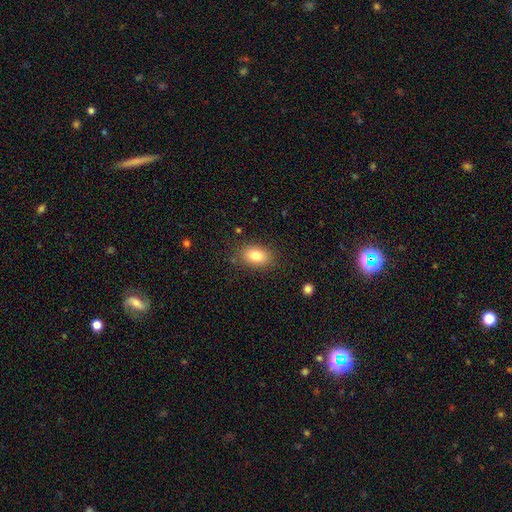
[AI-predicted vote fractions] A smooth galaxy with no disk features (82%) that is in between round and cigar-shaped (85%).

Vote fractions:
- Smooth or featured? smooth: 82% / featured or disk: 9% / star or artifact: 9%
- How rounded? in between: 85% / round: 13% / cigar-shaped: 2%
- Merging? none: 84% / minor disturbance: 11% / major disturbance: 3% / merger: 2%